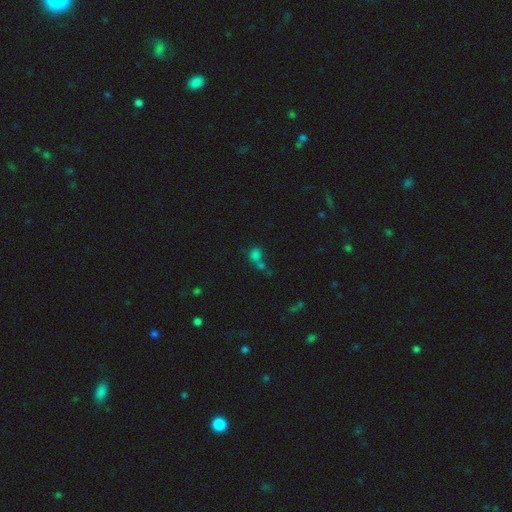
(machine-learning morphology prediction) smooth_or_featured: smooth (p=0.68) [alt: star or artifact p=0.23]
how_rounded: round (p=0.68) [alt: in between p=0.30]
merging: merger (p=0.44) [alt: none p=0.38]